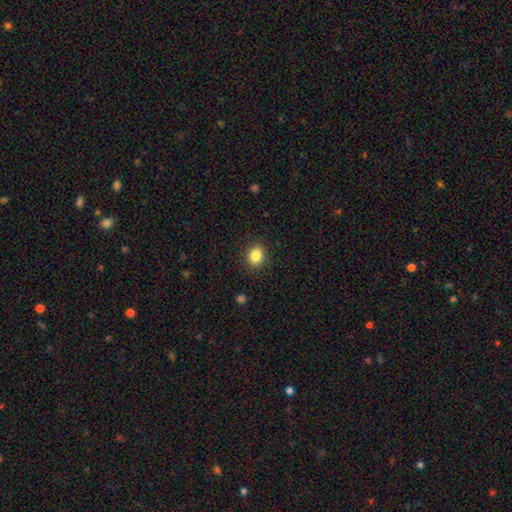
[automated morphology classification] Smooth or featured? Predicted: smooth (p=0.85). How rounded? Predicted: in between (p=0.53). Merging? Predicted: none (p=0.89).